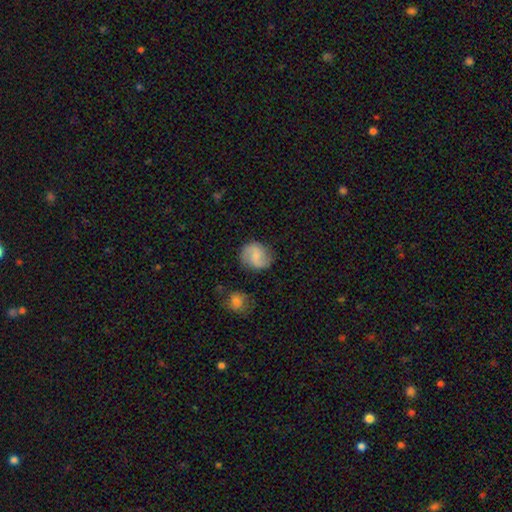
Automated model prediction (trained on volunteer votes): The model was most divided on "spiral winding": medium: 44%, loose: 42%, tight: 14%. Remaining: edge-on disk — no (98%); spiral arms — yes (93%); spiral arm count — 2 (90%); merging — none (78%); smooth or featured — featured or disk (56%); bar — weak (47%); bulge size — small (40%).